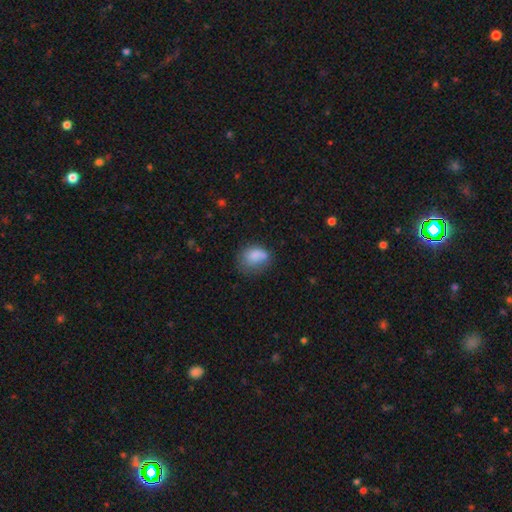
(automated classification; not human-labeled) Smooth or featured?
  - smooth: 79% *
  - featured or disk: 11%
  - star or artifact: 10%
How rounded?
  - in between: 60% *
  - round: 39%
  - cigar-shaped: 1%
Merging?
  - none: 47% *
  - minor disturbance: 31%
  - major disturbance: 16%
  - merger: 7%